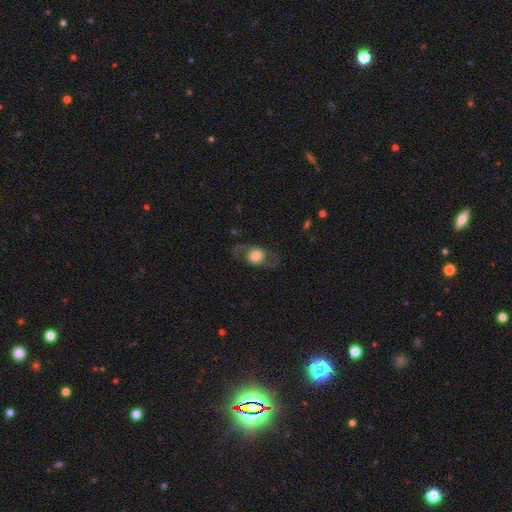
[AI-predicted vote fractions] smooth_or_featured: featured or disk (p=0.63) [alt: smooth p=0.30]
disk_edge_on: no (p=0.91) [alt: yes p=0.09]
bar: no (p=0.72) [alt: weak p=0.22]
has_spiral_arms: yes (p=0.73) [alt: no p=0.27]
bulge_size: large (p=0.49) [alt: moderate p=0.27]
merging: none (p=0.73) [alt: minor disturbance p=0.13]